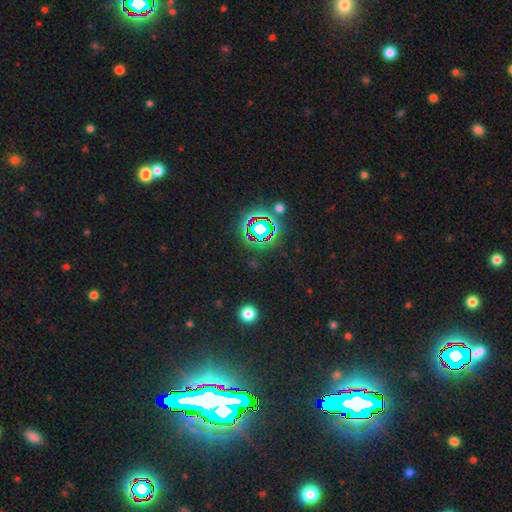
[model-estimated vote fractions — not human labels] Smooth or featured? star or artifact (79%)